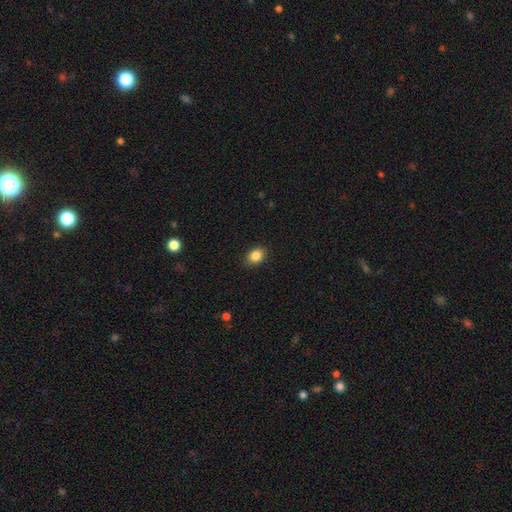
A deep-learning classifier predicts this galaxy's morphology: This is clearly a smooth galaxy (85%). How rounded: possibly in between (58%). Merging: clearly none (86%).